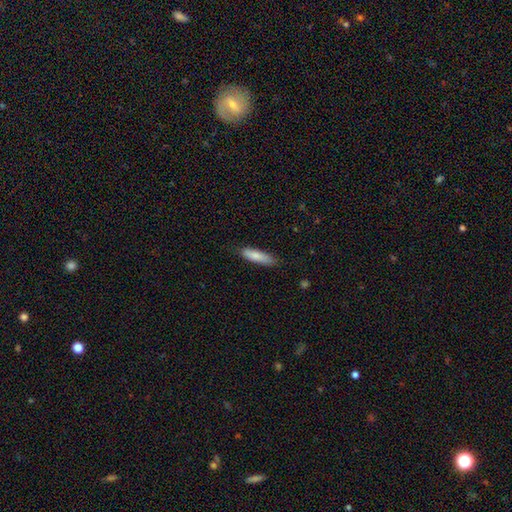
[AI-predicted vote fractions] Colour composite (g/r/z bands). It shows a smooth galaxy with no disk features (81%) that is cigar-shaped (68%). Merging: none (79%).